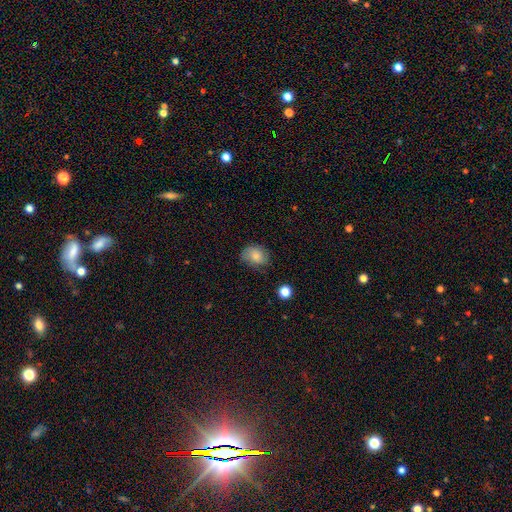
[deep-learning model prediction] This is likely a smooth galaxy (76%). How rounded: possibly in between (54%). Merging: likely none (71%).